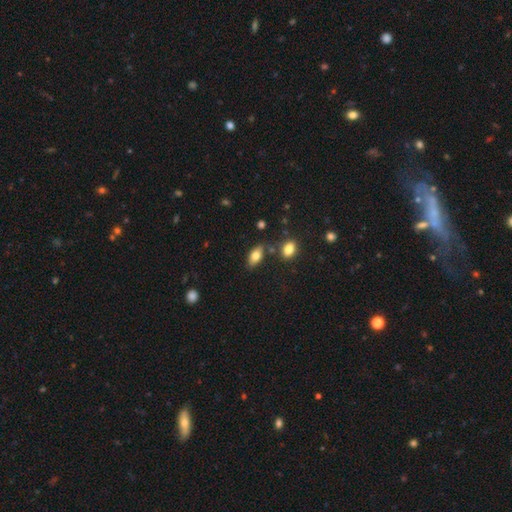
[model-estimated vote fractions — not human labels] A smooth galaxy with no disk features (76%) that is in between round and cigar-shaped (87%).

Vote fractions:
- Smooth or featured? smooth: 76% / featured or disk: 16% / star or artifact: 8%
- How rounded? in between: 87% / cigar-shaped: 8% / round: 5%
- Merging? none: 76% / minor disturbance: 13% / merger: 8% / major disturbance: 3%